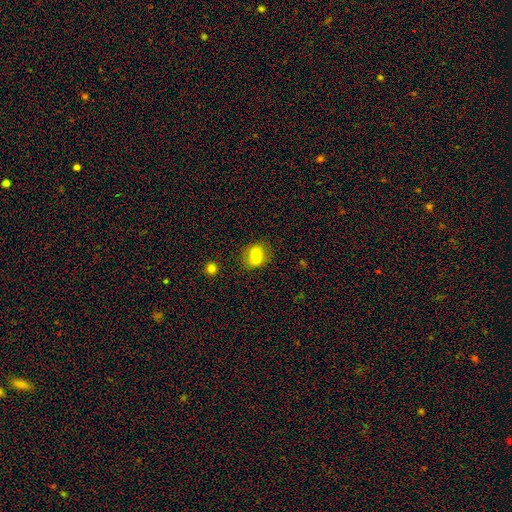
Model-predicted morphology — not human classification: smooth 77%, featured or disk 14%, star or artifact 9%. Down the decision tree: how rounded — round (50%); merging — none (78%).